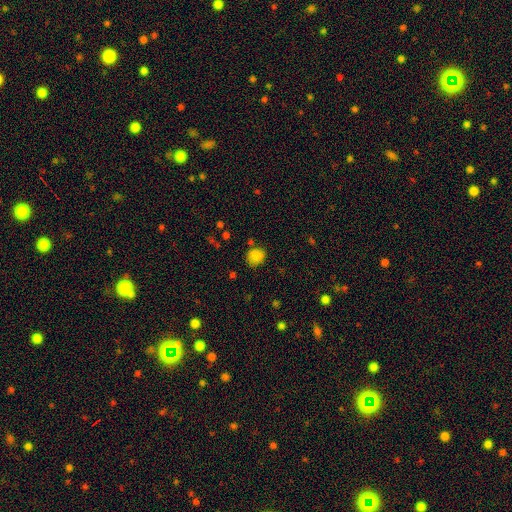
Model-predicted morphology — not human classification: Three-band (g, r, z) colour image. It shows a smooth galaxy with no disk features (83%) that is round (71%). Merging: none (74%).